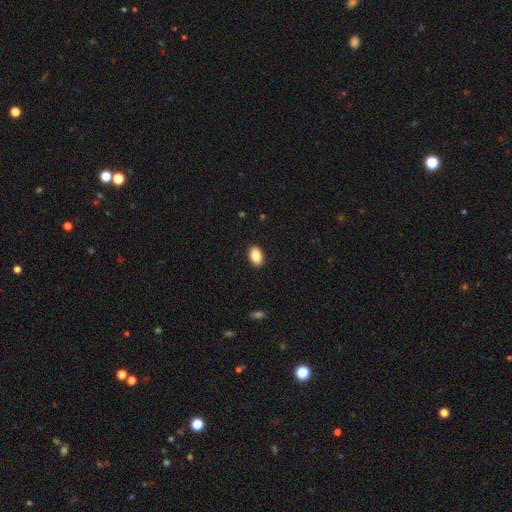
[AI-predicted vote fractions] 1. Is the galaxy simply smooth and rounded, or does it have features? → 86% smooth, 7% star or artifact, 7% featured or disk.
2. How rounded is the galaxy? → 91% in between, 8% round, 1% cigar-shaped.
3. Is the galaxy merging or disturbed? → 90% none, 7% minor disturbance, 2% major disturbance, 1% merger.